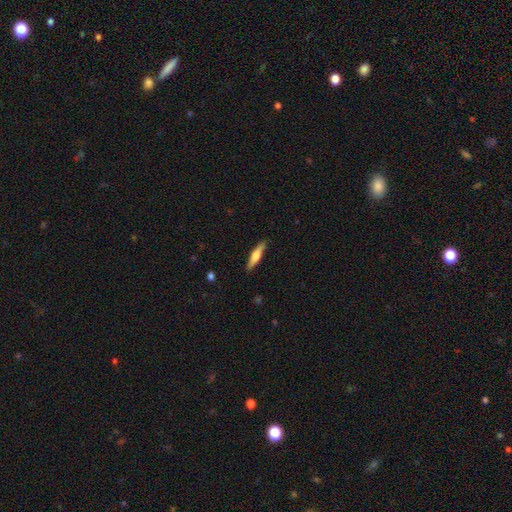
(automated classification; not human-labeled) This appears to be a smooth galaxy with no disk features (56%) that is cigar-shaped (82%). Merging: none (87%).